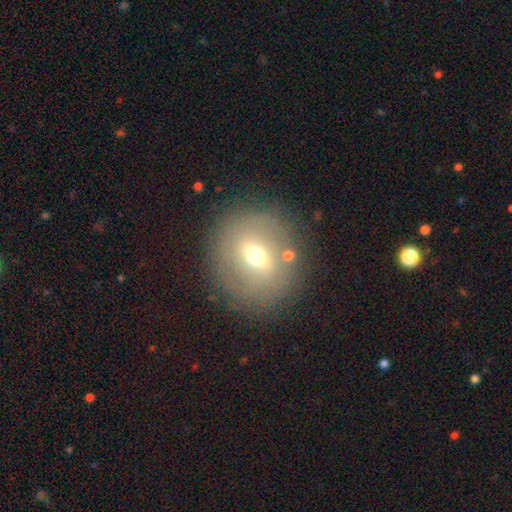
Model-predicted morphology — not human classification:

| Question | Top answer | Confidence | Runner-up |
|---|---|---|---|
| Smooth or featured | featured or disk | 45% | smooth (44%) |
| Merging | none | 82% | minor disturbance (10%) |